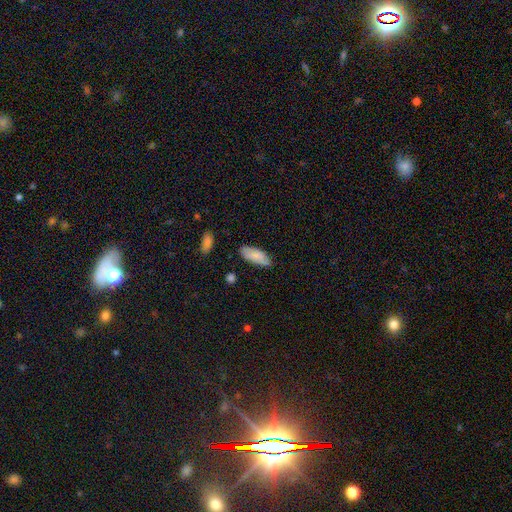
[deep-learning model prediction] smooth_or_featured: smooth (p=0.85) [alt: featured or disk p=0.09]
how_rounded: in between (p=0.81) [alt: cigar-shaped p=0.18]
merging: none (p=0.79) [alt: minor disturbance p=0.17]